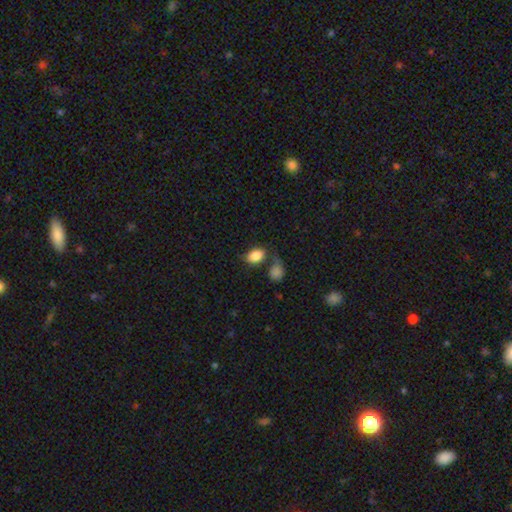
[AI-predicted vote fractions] Morphology: type=smooth (85%); roundness=in between (78%); merging=none (54%).